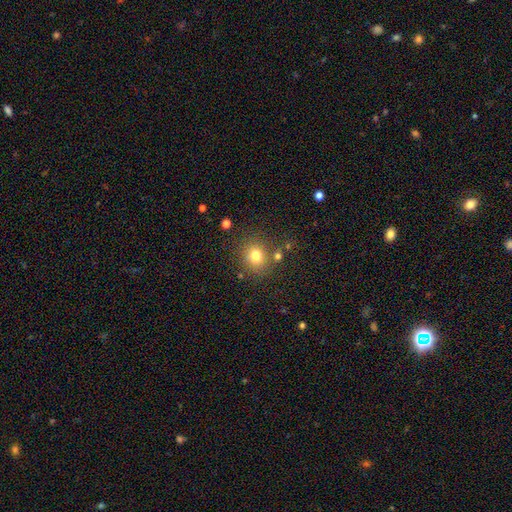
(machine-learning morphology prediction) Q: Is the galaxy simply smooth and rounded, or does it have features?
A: smooth — 77%.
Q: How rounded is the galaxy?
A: round — 78%.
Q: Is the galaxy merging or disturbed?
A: none — 78%.